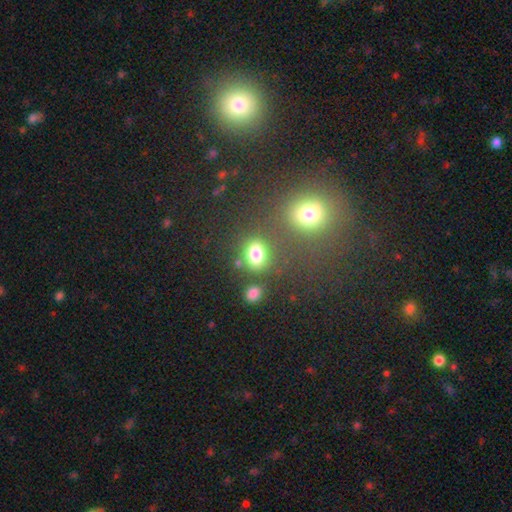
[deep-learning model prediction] Smooth or featured: smooth — 76% (star or artifact — 17%)
How rounded: in between — 65% (round — 33%)
Merging: none — 64% (merger — 17%)